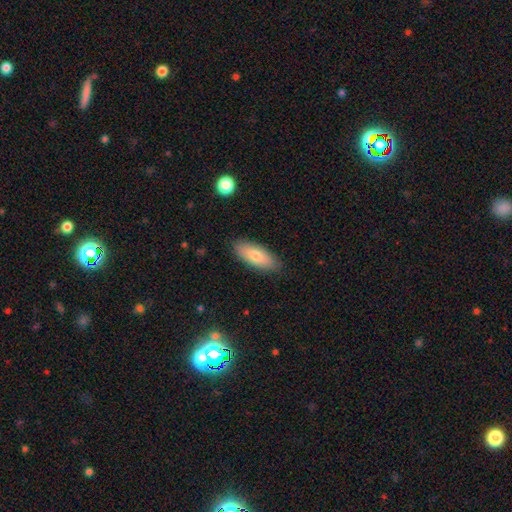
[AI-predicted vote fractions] A smooth galaxy with no disk features (75%) that is in between round and cigar-shaped (77%).

Vote fractions:
- Smooth or featured? smooth: 75% / featured or disk: 18% / star or artifact: 7%
- How rounded? in between: 77% / cigar-shaped: 21% / round: 2%
- Merging? none: 86% / minor disturbance: 10% / major disturbance: 2% / merger: 1%